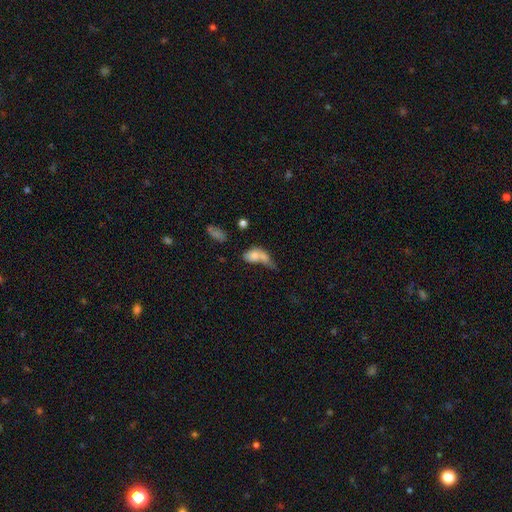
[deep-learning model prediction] smooth-or-featured: smooth: 70% | featured or disk: 20% | star or artifact: 10%
  how-rounded: in between: 76% | round: 18% | cigar-shaped: 6%
  merging: merger: 59% | none: 17% | major disturbance: 13% | minor disturbance: 10%